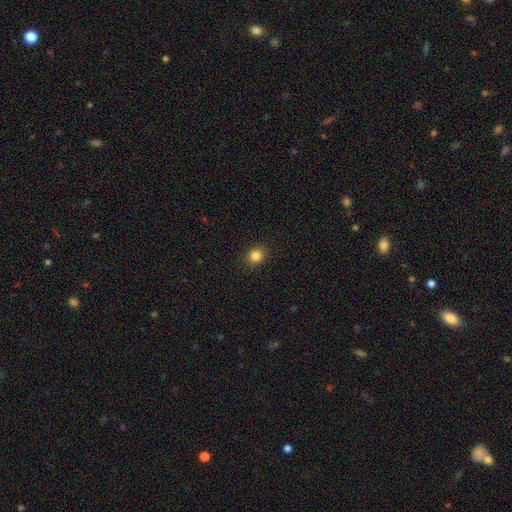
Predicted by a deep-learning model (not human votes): Q: Smooth or featured?
A: smooth (84%); runner-up: star or artifact (12%)
Q: How rounded?
A: round (79%); runner-up: in between (20%)
Q: Merging?
A: none (91%); runner-up: minor disturbance (6%)